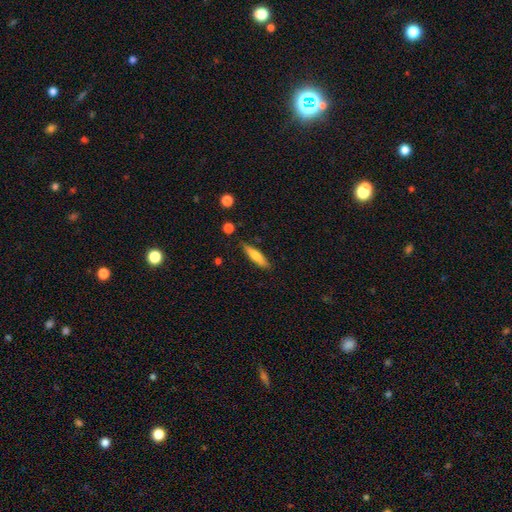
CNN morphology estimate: Smooth or featured: smooth — 70% (featured or disk — 24%)
How rounded: cigar-shaped — 78% (in between — 20%)
Merging: none — 83% (minor disturbance — 12%)